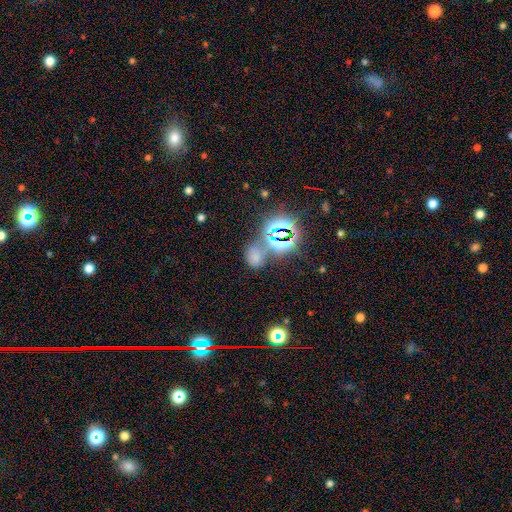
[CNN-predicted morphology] smooth 47%, star or artifact 44%, featured or disk 9%. Down the decision tree: merging — none (51%).